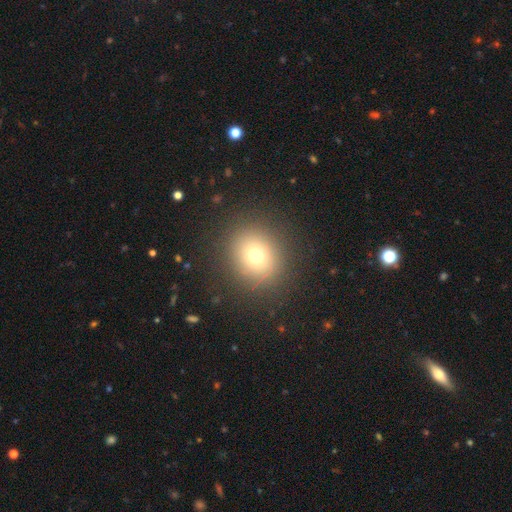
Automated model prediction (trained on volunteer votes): smooth 71%, star or artifact 16%, featured or disk 12%. Down the decision tree: how rounded — round (78%); merging — none (87%).